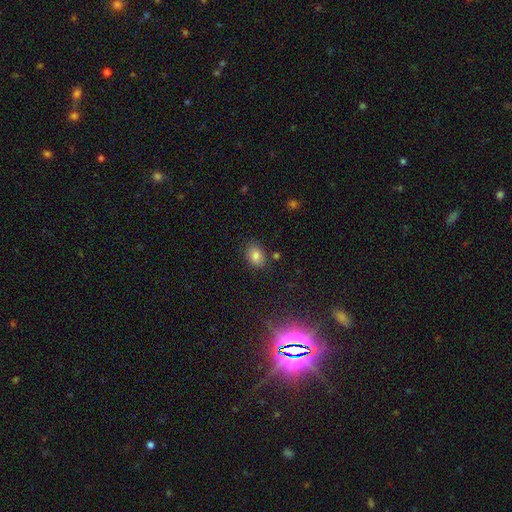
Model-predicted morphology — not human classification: The model was most divided on "how rounded": in between: 64%, round: 35%, cigar-shaped: 1%. More confident: merging — none (81%); smooth or featured — smooth (79%).